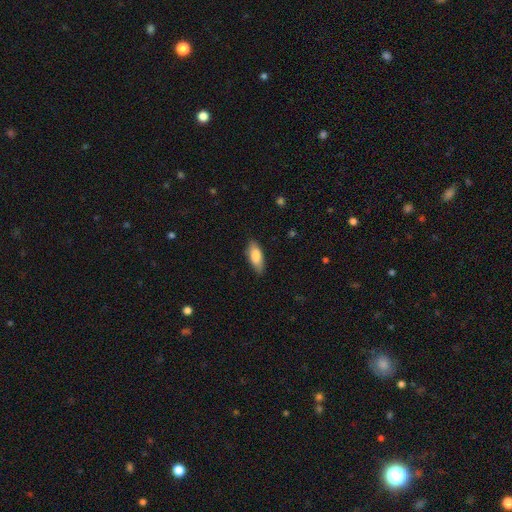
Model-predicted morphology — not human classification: smooth 83%, featured or disk 11%, star or artifact 6%. Down the decision tree: how rounded — in between (79%); merging — none (80%).